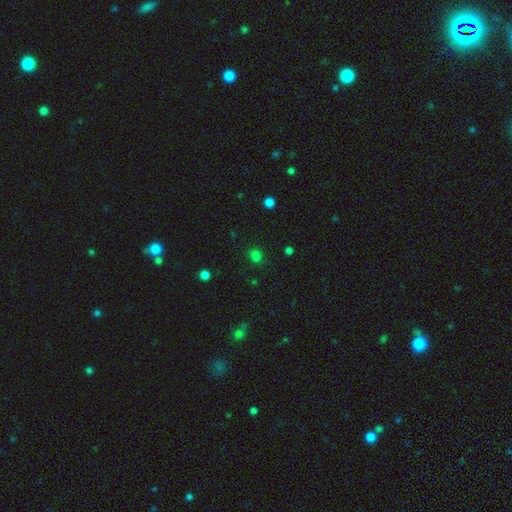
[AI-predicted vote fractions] A smooth galaxy with no disk features (72%) that is in between round and cigar-shaped (51%).

Vote fractions:
- Smooth or featured? smooth: 72% / star or artifact: 24% / featured or disk: 5%
- How rounded? in between: 51% / round: 47% / cigar-shaped: 2%
- Merging? none: 73% / minor disturbance: 15% / merger: 6% / major disturbance: 5%